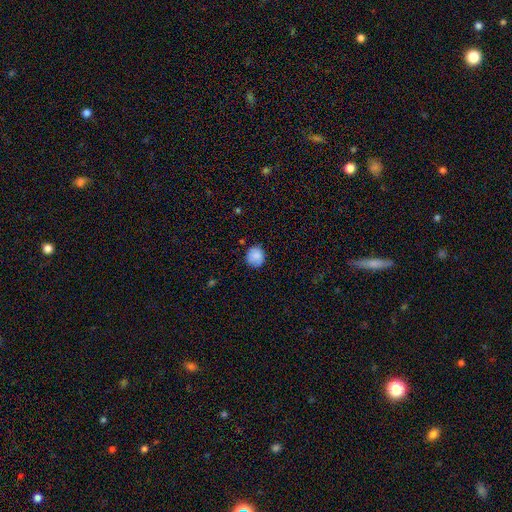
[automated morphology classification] A smooth galaxy with no disk features (85%) that is round (85%).

Vote fractions:
- Smooth or featured? smooth: 85% / star or artifact: 8% / featured or disk: 6%
- How rounded? round: 85% / in between: 14% / cigar-shaped: 1%
- Merging? none: 80% / minor disturbance: 16% / major disturbance: 3% / merger: 2%